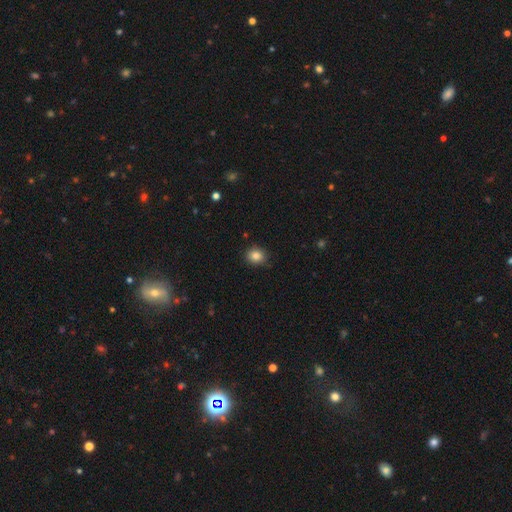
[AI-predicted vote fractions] Smooth or featured: smooth — 84% (star or artifact — 10%)
How rounded: round — 73% (in between — 27%)
Merging: none — 87% (minor disturbance — 10%)